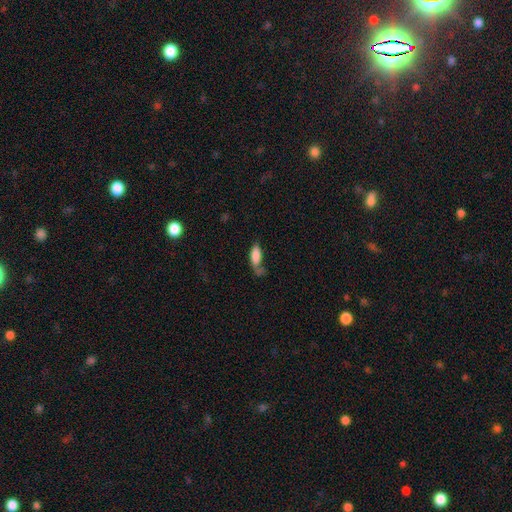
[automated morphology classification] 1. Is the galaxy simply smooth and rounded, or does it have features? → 80% smooth, 12% featured or disk, 8% star or artifact.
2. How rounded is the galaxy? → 78% in between, 19% cigar-shaped, 3% round.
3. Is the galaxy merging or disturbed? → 36% none, 24% minor disturbance, 20% merger, 20% major disturbance.